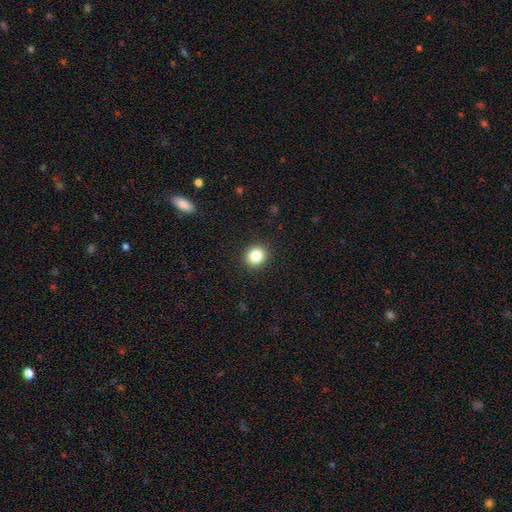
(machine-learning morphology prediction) Overall: smooth (84%). How rounded: round (84%). Merging: none (92%).